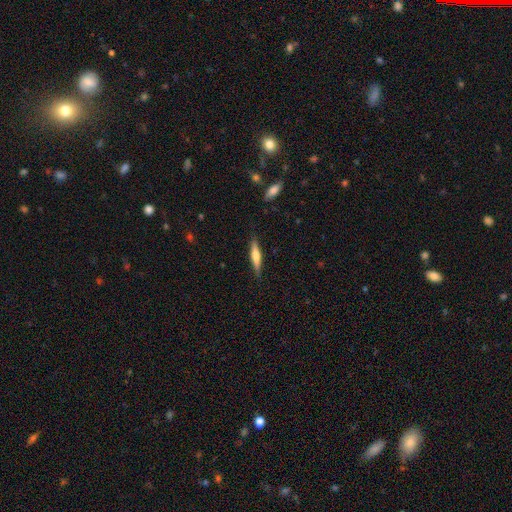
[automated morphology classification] The model was most divided on "smooth or featured": smooth: 50%, featured or disk: 44%, star or artifact: 6%. More confident: merging — none (87%).